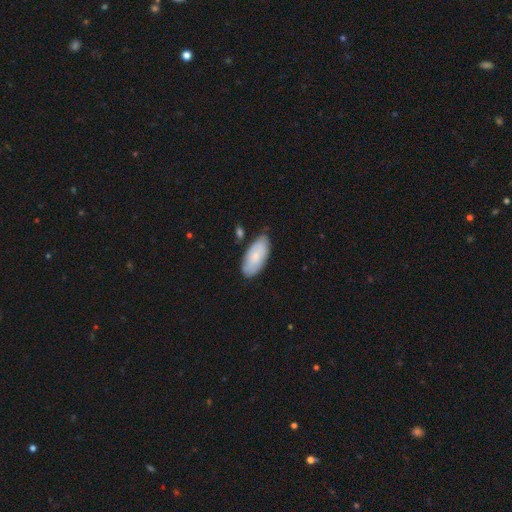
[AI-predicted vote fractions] Smooth or featured: smooth — 70% (featured or disk — 25%)
How rounded: in between — 92% (cigar-shaped — 6%)
Merging: none — 74% (minor disturbance — 18%)